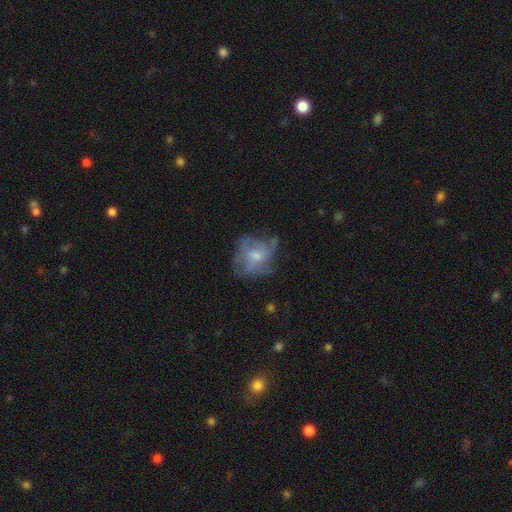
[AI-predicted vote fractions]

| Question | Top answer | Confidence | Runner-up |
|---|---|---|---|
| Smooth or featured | featured or disk | 57% | smooth (32%) |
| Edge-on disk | no | 97% | yes (3%) |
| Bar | no | 66% | weak (29%) |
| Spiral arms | yes | 58% | no (42%) |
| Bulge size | moderate | 49% | small (39%) |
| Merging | none | 50% | minor disturbance (24%) |